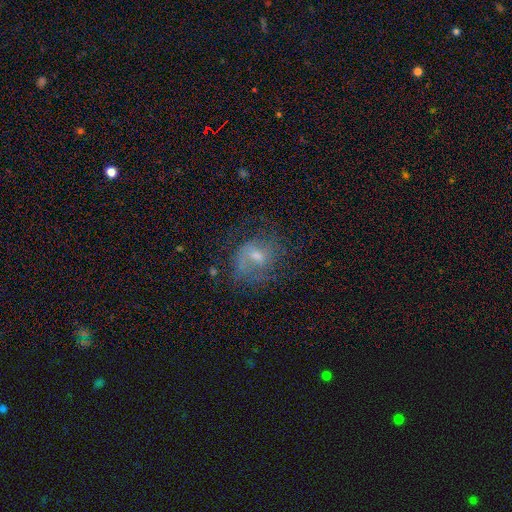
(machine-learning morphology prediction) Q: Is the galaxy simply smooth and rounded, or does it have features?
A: featured or disk — 56%.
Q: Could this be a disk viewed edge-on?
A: no — 96%.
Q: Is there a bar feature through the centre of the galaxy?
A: no — 53%.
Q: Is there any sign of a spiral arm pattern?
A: yes — 73%.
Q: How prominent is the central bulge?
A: moderate — 51%.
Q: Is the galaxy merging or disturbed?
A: none — 55%.